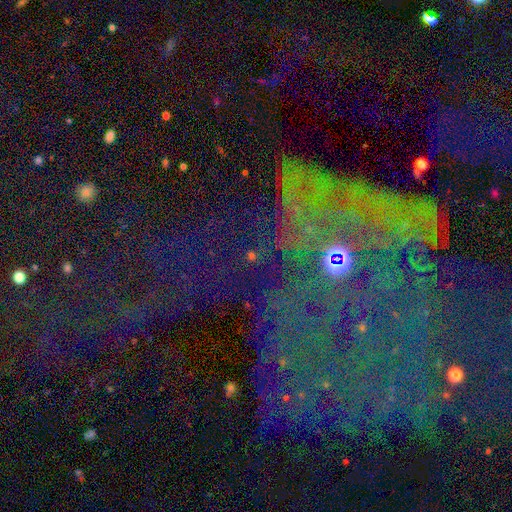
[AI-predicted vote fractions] Smooth or featured? star or artifact (68%)